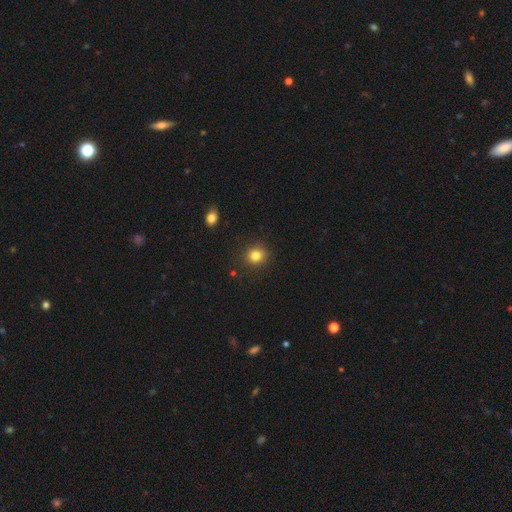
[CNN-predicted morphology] smooth_or_featured: smooth (p=0.83) [alt: star or artifact p=0.12]
how_rounded: round (p=0.83) [alt: in between p=0.16]
merging: none (p=0.89) [alt: minor disturbance p=0.07]